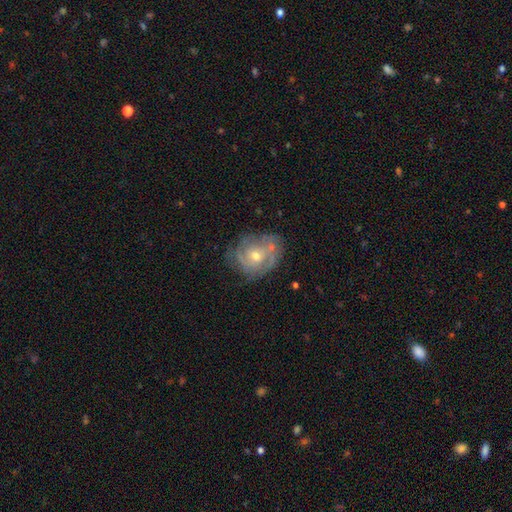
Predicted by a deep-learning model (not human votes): smooth-or-featured: featured or disk: 74% | smooth: 19% | star or artifact: 7%
  disk-edge-on: no: 97% | yes: 3%
    bar: no: 75% | weak: 22% | strong: 4%
    has-spiral-arms: yes: 81% | no: 19%
      spiral-winding: tight: 60% | medium: 30% | loose: 10%
      spiral-arm-count: can't tell: 42% | 2: 25% | 3: 18% | 1: 6% | 4: 6% | more than 4: 4%
    bulge-size: moderate: 56% | small: 40% | large: 2% | none: 1% | dominant: 1%
  merging: none: 59% | minor disturbance: 23% | major disturbance: 10% | merger: 8%